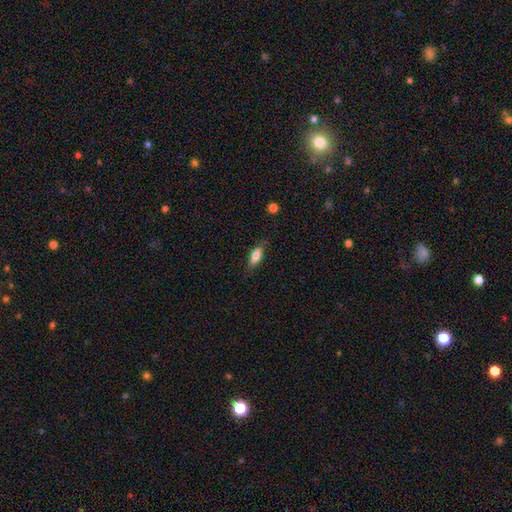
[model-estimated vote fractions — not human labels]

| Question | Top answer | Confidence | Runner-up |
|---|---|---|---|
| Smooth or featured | smooth | 76% | featured or disk (17%) |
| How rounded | in between | 77% | cigar-shaped (20%) |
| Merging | none | 78% | minor disturbance (17%) |